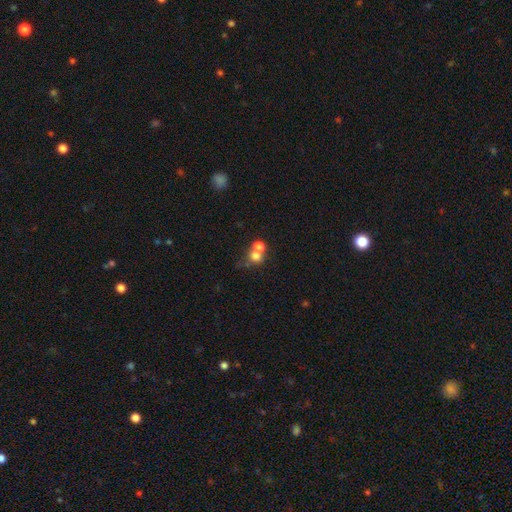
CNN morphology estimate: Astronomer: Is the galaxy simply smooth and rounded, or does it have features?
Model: smooth — 72%.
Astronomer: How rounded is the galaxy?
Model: round — 75%.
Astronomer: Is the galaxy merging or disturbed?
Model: merger — 55% (runner-up: none, 33%).